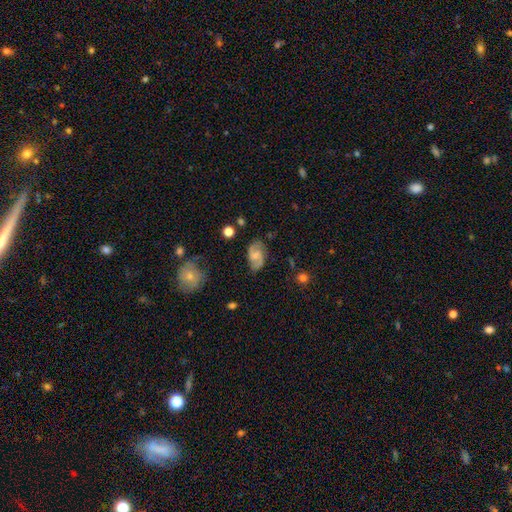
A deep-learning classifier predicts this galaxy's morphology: smooth-or-featured: featured or disk: 69% | smooth: 24% | star or artifact: 7%
  disk-edge-on: no: 97% | yes: 3%
    bar: weak: 50% | no: 39% | strong: 11%
    has-spiral-arms: yes: 92% | no: 8%
      spiral-winding: medium: 50% | loose: 29% | tight: 21%
      spiral-arm-count: 2: 88% | can't tell: 7% | 1: 2% | 3: 1% | 4: 1% | more than 4: 1%
    bulge-size: small: 41% | moderate: 32% | none: 22% | large: 4% | dominant: 1%
  merging: none: 74% | minor disturbance: 18% | major disturbance: 6% | merger: 2%